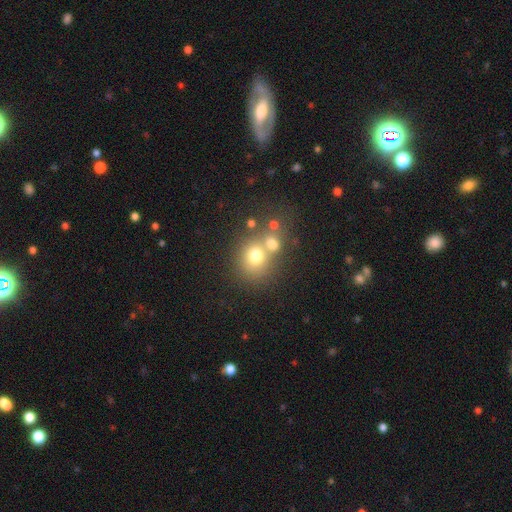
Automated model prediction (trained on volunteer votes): Q: Smooth or featured?
A: smooth (71%); runner-up: featured or disk (15%)
Q: How rounded?
A: round (75%); runner-up: in between (24%)
Q: Merging?
A: merger (43%); tied with: none (43%)